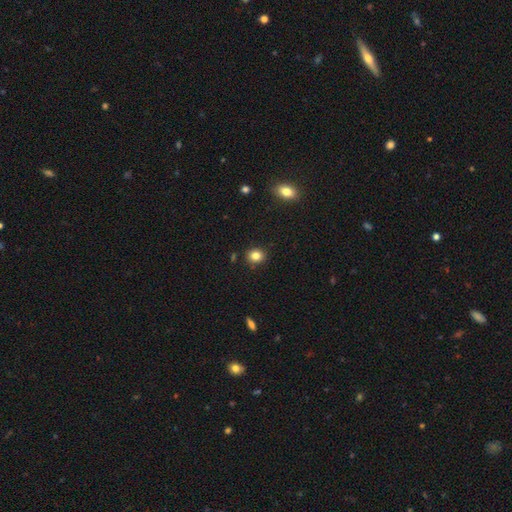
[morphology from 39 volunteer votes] smooth-or-featured: smooth: 87% | star or artifact: 8% | featured or disk: 5%
  how-rounded: round: 85% | in between: 15% | cigar-shaped: 0%
  merging: none: 81% | minor disturbance: 17% | major disturbance: 3% | merger: 0%